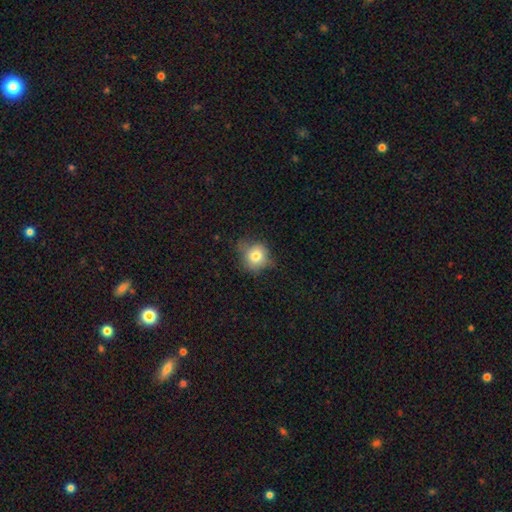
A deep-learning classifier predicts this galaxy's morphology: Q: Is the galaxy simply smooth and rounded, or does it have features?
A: smooth — 74%.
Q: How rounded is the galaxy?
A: round — 79%.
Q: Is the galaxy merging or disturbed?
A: none — 60%.